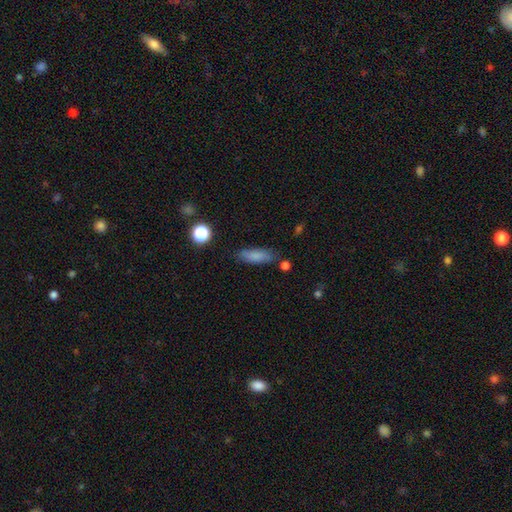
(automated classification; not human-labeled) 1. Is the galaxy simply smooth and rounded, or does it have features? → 81% smooth, 10% featured or disk, 9% star or artifact.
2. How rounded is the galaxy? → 55% in between, 42% cigar-shaped, 3% round.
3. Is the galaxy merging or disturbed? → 78% none, 15% minor disturbance, 4% merger, 4% major disturbance.